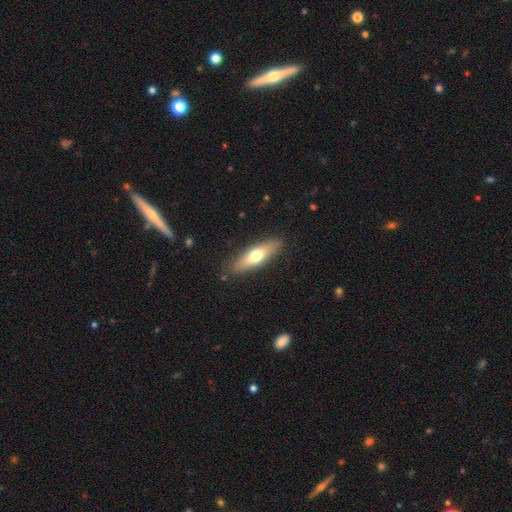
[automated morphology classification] Smooth or featured? Predicted: smooth (p=0.60). How rounded? Predicted: cigar-shaped (p=0.55). Merging? Predicted: none (p=0.87).